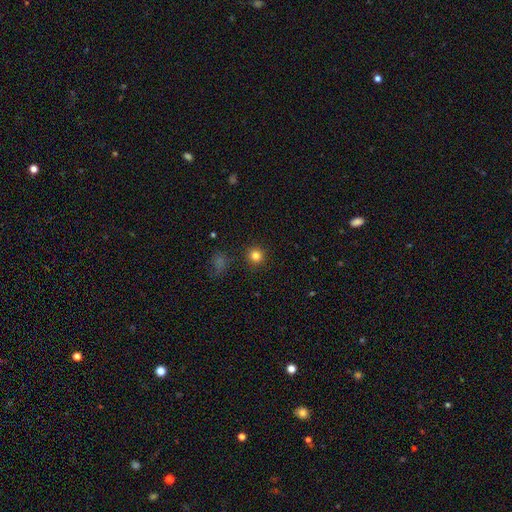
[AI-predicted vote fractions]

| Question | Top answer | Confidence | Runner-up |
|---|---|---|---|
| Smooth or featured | smooth | 81% | star or artifact (13%) |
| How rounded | round | 94% | in between (5%) |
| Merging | none | 91% | minor disturbance (5%) |